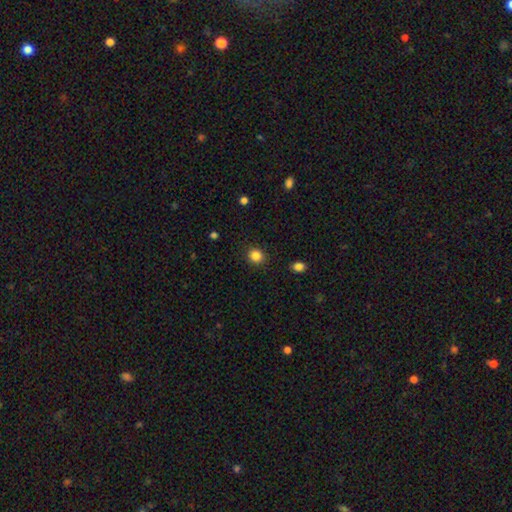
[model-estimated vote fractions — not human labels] Smooth or featured: smooth — 86% (star or artifact — 11%)
How rounded: round — 83% (in between — 17%)
Merging: none — 90% (minor disturbance — 6%)